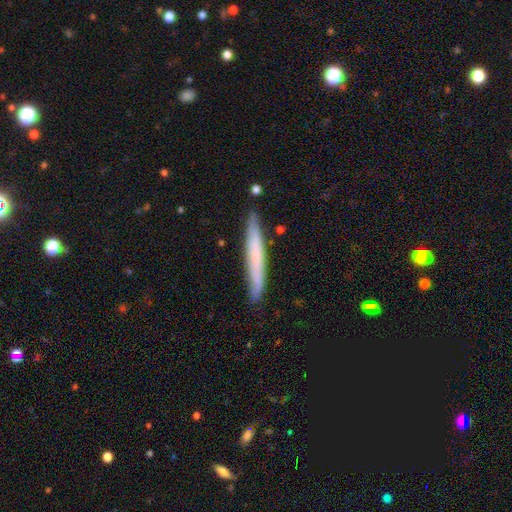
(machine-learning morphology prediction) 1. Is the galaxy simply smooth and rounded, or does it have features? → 55% smooth, 39% featured or disk, 6% star or artifact.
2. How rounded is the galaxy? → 96% cigar-shaped, 3% in between, 1% round.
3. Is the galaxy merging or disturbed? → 87% none, 10% minor disturbance, 2% merger, 2% major disturbance.